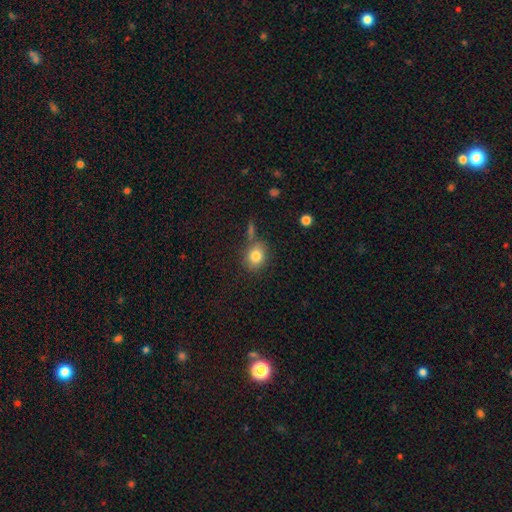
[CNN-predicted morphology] The model was most divided on "how rounded": round: 62%, in between: 37%, cigar-shaped: 1%. More confident: smooth or featured — smooth (82%); merging — none (69%).